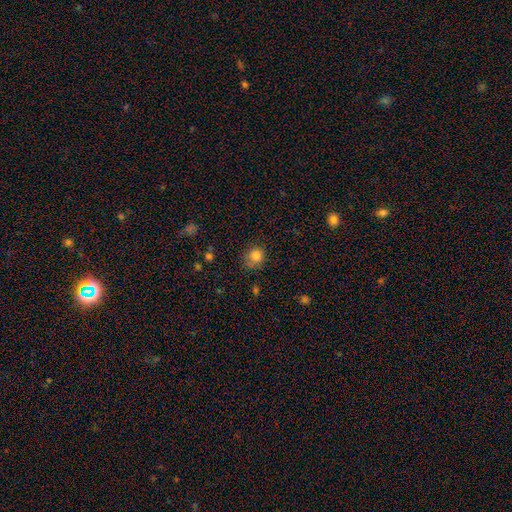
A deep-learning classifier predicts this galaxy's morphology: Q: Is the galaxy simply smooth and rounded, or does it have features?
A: smooth — 83%.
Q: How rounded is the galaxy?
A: round — 75%.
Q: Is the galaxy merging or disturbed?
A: none — 65%.